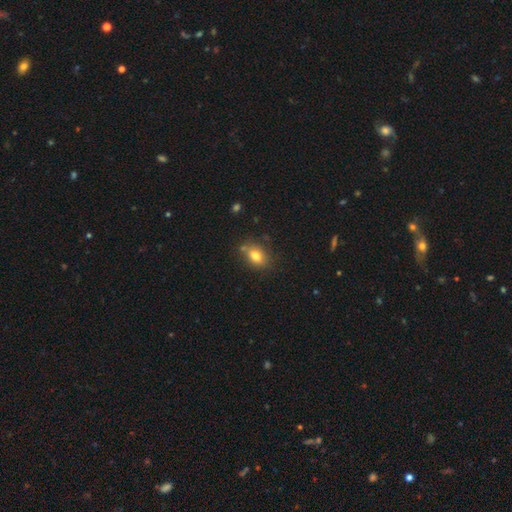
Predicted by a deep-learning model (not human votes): Smooth or featured? Predicted: smooth (p=0.79). How rounded? Predicted: in between (p=0.75). Merging? Predicted: none (p=0.73).